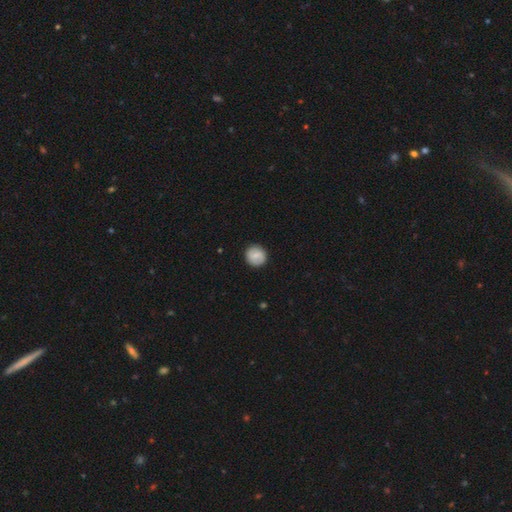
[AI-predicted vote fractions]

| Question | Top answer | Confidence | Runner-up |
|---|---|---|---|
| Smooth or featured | smooth | 69% | featured or disk (25%) |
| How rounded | round | 92% | in between (7%) |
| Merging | none | 89% | minor disturbance (8%) |